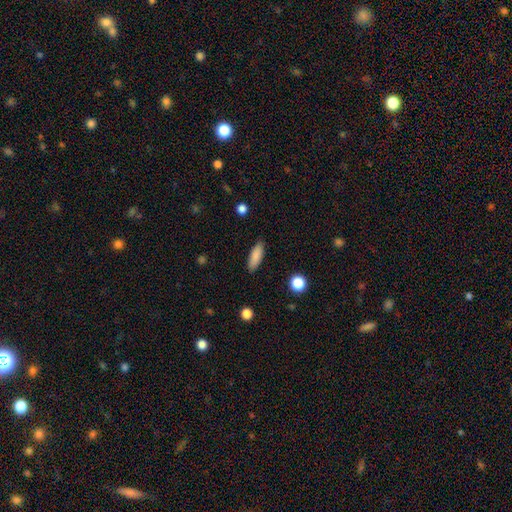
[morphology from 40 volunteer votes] A smooth galaxy with no disk features (88%) that is in between round and cigar-shaped (57%).

Vote fractions:
- Smooth or featured? smooth: 88% / featured or disk: 8% / star or artifact: 5%
- How rounded? in between: 57% / cigar-shaped: 43% / round: 0%
- Merging? none: 84% / minor disturbance: 11% / major disturbance: 5% / merger: 0%